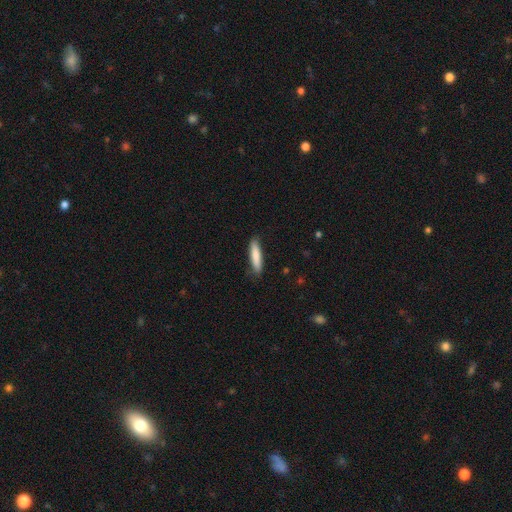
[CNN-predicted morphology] Smooth or featured? smooth (83%)
How rounded? cigar-shaped (81%)
Merging? none (84%)